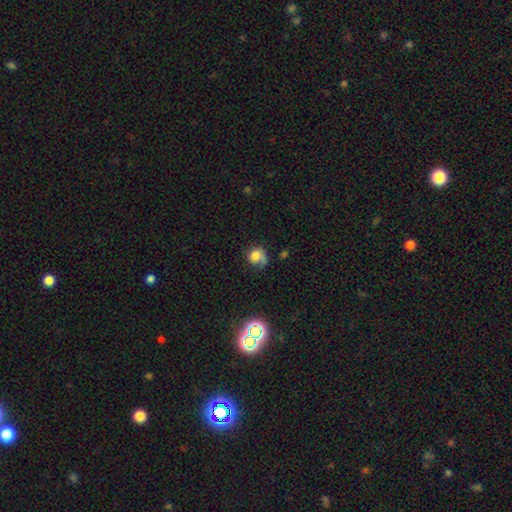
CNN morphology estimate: A smooth galaxy with no disk features (69%) that is round (77%). Merging: none (46%).